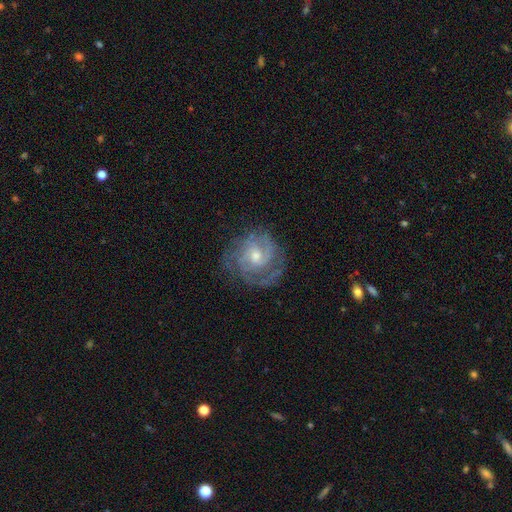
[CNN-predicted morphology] smooth_or_featured: featured or disk (p=0.85) [alt: smooth p=0.09]
disk_edge_on: no (p=0.98) [alt: yes p=0.02]
bar: no (p=0.57) [alt: weak p=0.37]
has_spiral_arms: yes (p=0.95) [alt: no p=0.05]
spiral_winding: tight (p=0.62) [alt: medium p=0.31]
spiral_arm_count: 2 (p=0.30) [alt: can't tell p=0.27]
bulge_size: moderate (p=0.55) [alt: small p=0.39]
merging: none (p=0.72) [alt: minor disturbance p=0.18]